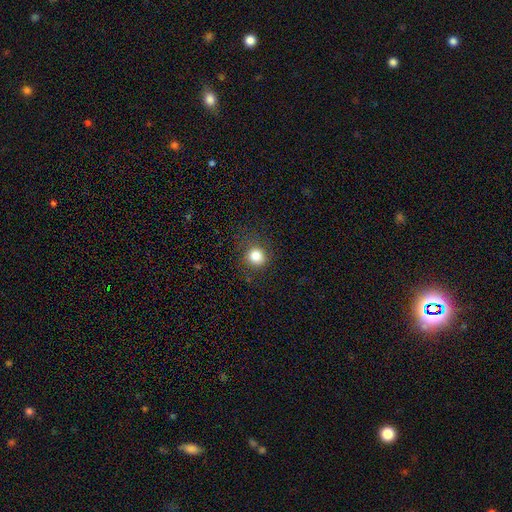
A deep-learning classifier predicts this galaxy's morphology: Smooth or featured?
  - smooth: 82% *
  - star or artifact: 12%
  - featured or disk: 6%
How rounded?
  - round: 88% *
  - in between: 11%
  - cigar-shaped: 1%
Merging?
  - none: 81% *
  - minor disturbance: 13%
  - major disturbance: 5%
  - merger: 1%